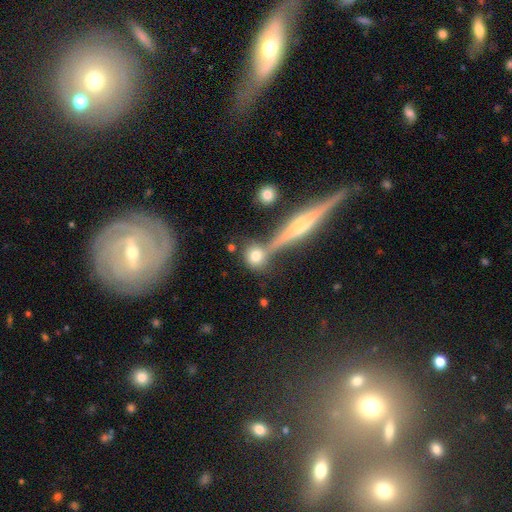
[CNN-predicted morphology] type=smooth (74%); roundness=round (76%); merging=none (60%).